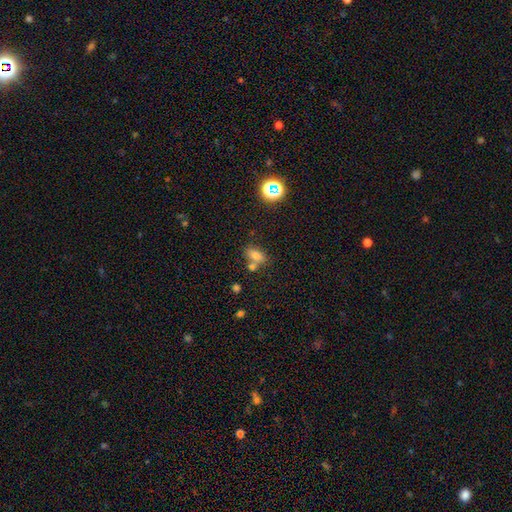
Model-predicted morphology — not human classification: smooth 74%, star or artifact 15%, featured or disk 11%. Down the decision tree: how rounded — in between (82%); merging — none (56%).